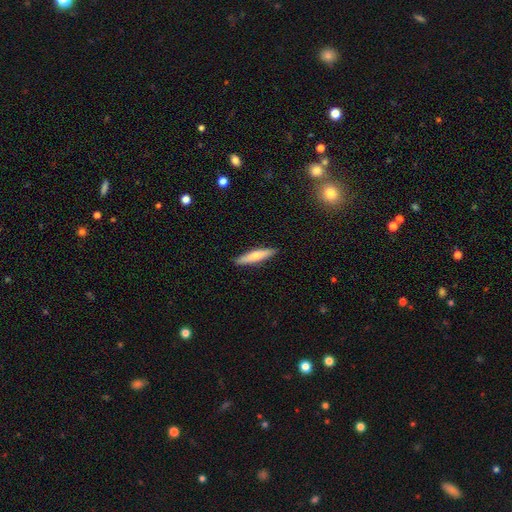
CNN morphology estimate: Smooth or featured: smooth — 65% (featured or disk — 29%)
How rounded: cigar-shaped — 83% (in between — 15%)
Merging: none — 89% (minor disturbance — 8%)